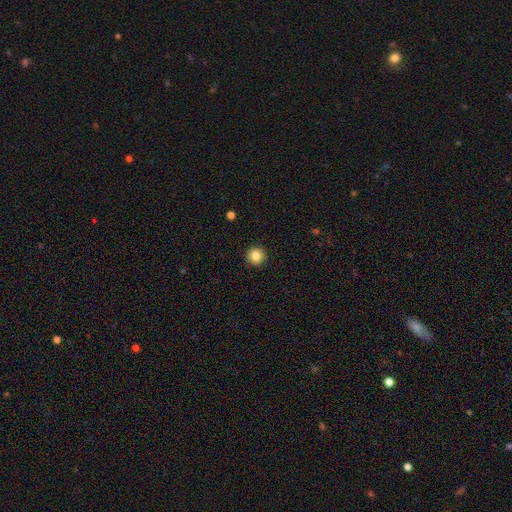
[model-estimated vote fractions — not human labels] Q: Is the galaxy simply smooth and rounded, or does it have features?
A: smooth — 84%.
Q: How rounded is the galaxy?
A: round — 92%.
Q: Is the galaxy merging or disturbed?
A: none — 92%.